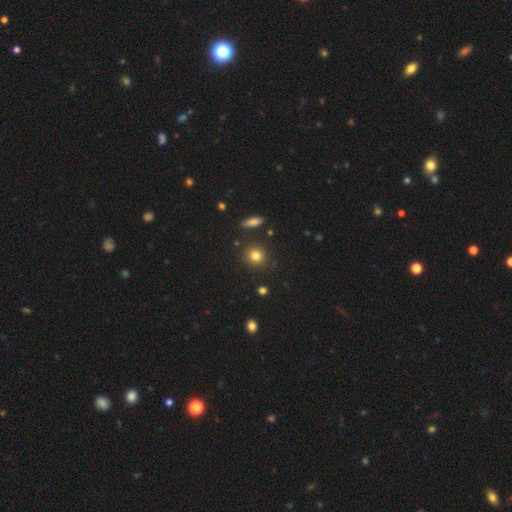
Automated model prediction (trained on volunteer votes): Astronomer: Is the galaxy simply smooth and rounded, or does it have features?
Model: smooth — 81%.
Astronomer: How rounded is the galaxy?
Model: round — 85%.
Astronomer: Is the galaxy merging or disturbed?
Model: none — 88%.